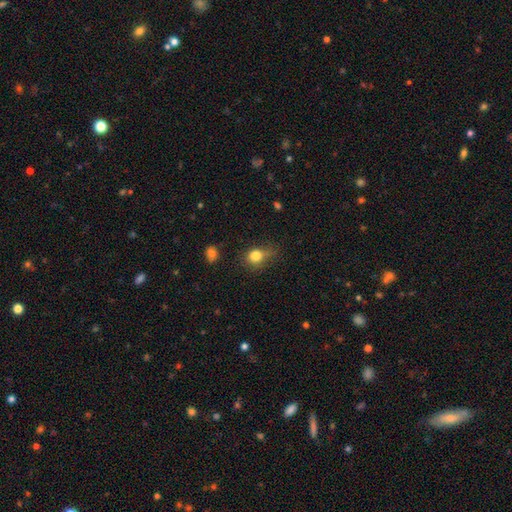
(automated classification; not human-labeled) Smooth or featured: smooth — 80% (star or artifact — 11%)
How rounded: round — 60% (in between — 38%)
Merging: none — 45% (minor disturbance — 35%)